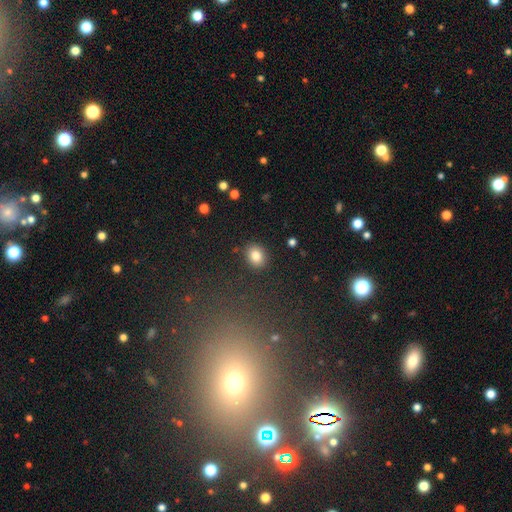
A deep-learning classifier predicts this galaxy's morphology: This is clearly a smooth galaxy (83%). How rounded: possibly in between (52%). Merging: clearly none (88%).